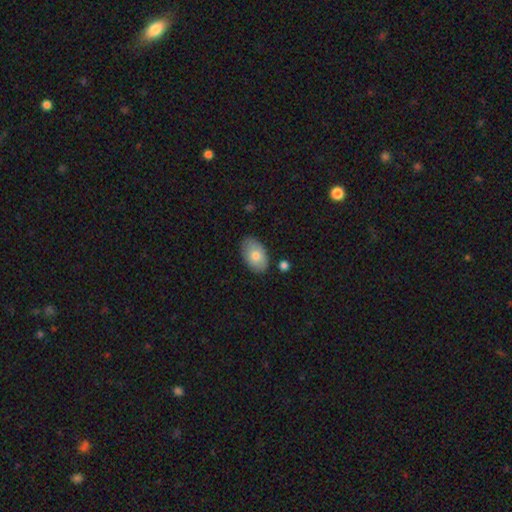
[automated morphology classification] A smooth galaxy with no disk features (75%) that is in between round and cigar-shaped (92%). Merging: none (83%).